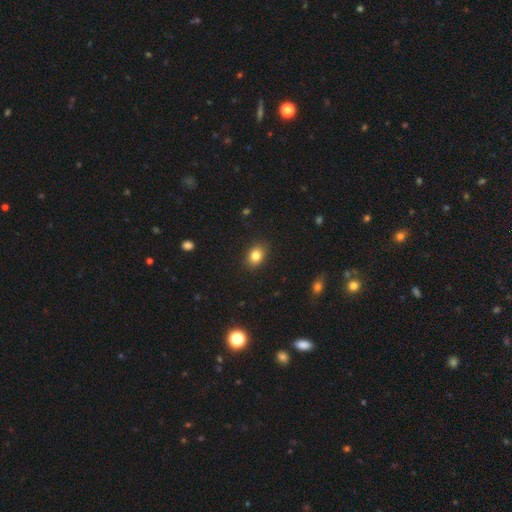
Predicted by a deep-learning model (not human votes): Q: Smooth or featured?
A: smooth (82%); runner-up: star or artifact (11%)
Q: How rounded?
A: in between (58%); runner-up: round (41%)
Q: Merging?
A: none (89%); runner-up: minor disturbance (8%)